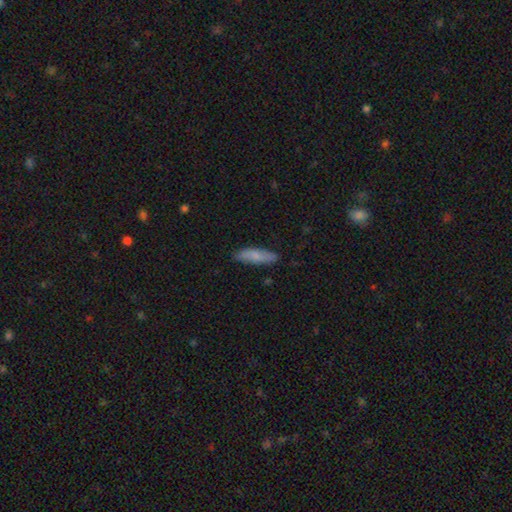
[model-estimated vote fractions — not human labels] This appears to be a smooth galaxy with no disk features (77%) that is cigar-shaped (68%). Merging: none (84%).